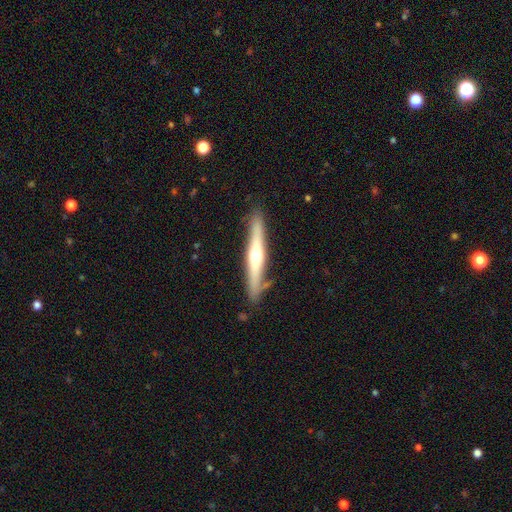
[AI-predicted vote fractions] smooth_or_featured: featured or disk (p=0.60) [alt: smooth p=0.35]
disk_edge_on: yes (p=0.93) [alt: no p=0.07]
edge_on_bulge: rounded (p=0.85) [alt: none p=0.11]
merging: none (p=0.83) [alt: minor disturbance p=0.12]